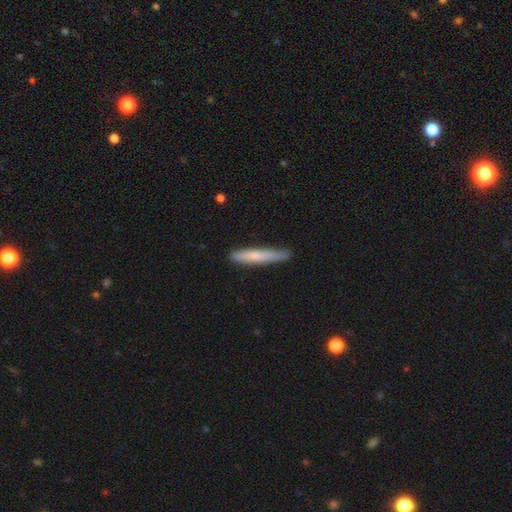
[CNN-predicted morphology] Smooth or featured? Predicted: smooth (p=0.66). How rounded? Predicted: cigar-shaped (p=0.95). Merging? Predicted: none (p=0.84).